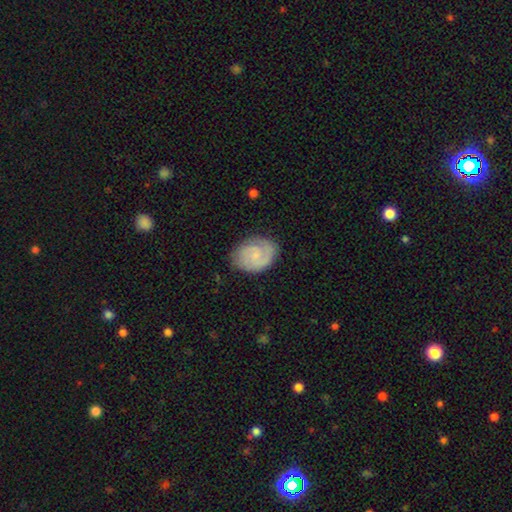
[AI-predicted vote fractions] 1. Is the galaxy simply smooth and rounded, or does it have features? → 70% featured or disk, 25% smooth, 6% star or artifact.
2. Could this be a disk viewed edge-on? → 98% no, 2% yes.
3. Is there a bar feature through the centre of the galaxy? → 61% no, 35% weak, 4% strong.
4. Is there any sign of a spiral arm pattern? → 94% yes, 6% no.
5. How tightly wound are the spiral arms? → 54% tight, 36% medium, 10% loose.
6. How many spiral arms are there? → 66% 2, 14% can't tell, 10% 1, 6% 3, 2% 4, 2% more than 4.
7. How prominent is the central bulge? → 66% small, 16% none, 16% moderate, 1% large, 1% dominant.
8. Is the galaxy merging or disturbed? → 75% none, 18% minor disturbance, 5% major disturbance, 1% merger.